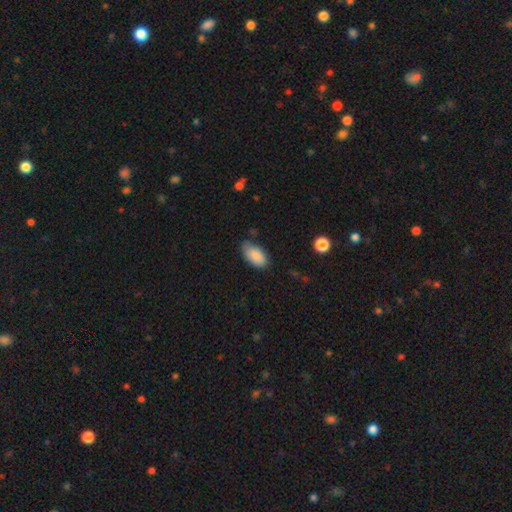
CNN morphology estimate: Smooth or featured? Predicted: smooth (p=0.86). How rounded? Predicted: in between (p=0.94). Merging? Predicted: none (p=0.62).